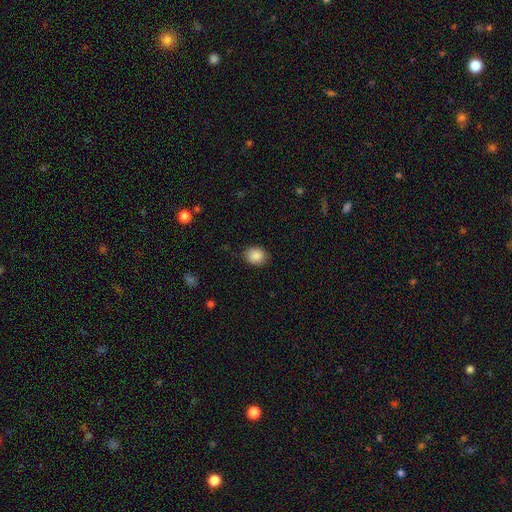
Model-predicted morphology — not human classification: smooth_or_featured: smooth (p=0.88) [alt: star or artifact p=0.08]
how_rounded: round (p=0.64) [alt: in between p=0.35]
merging: none (p=0.84) [alt: minor disturbance p=0.12]